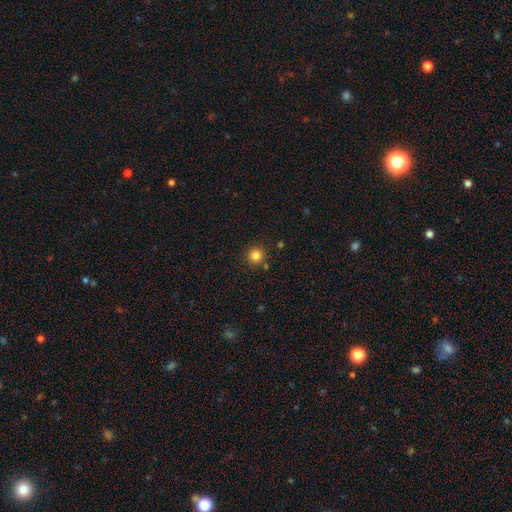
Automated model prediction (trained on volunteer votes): smooth_or_featured: smooth (p=0.83) [alt: star or artifact p=0.12]
how_rounded: round (p=0.93) [alt: in between p=0.06]
merging: none (p=0.87) [alt: minor disturbance p=0.07]